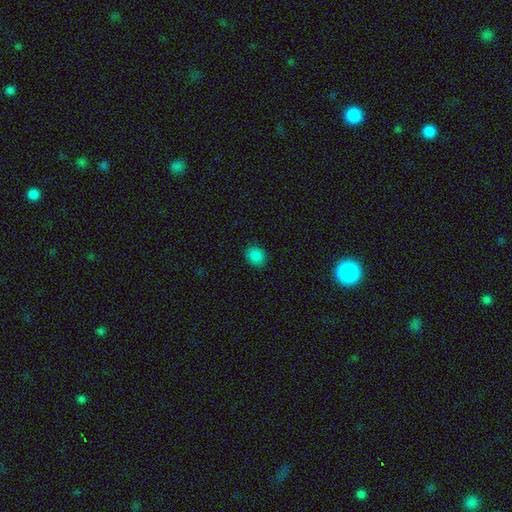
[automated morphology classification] A smooth galaxy with no disk features (85%) that is round (61%).

Vote fractions:
- Smooth or featured? smooth: 85% / star or artifact: 12% / featured or disk: 3%
- How rounded? round: 61% / in between: 38% / cigar-shaped: 1%
- Merging? none: 89% / minor disturbance: 8% / major disturbance: 2% / merger: 1%